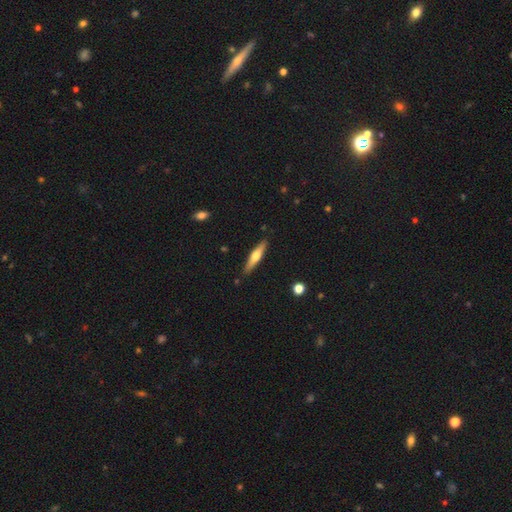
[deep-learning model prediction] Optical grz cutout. It shows a featured or disk galaxy (51%) viewed edge-on (94%). Merging: none (88%).